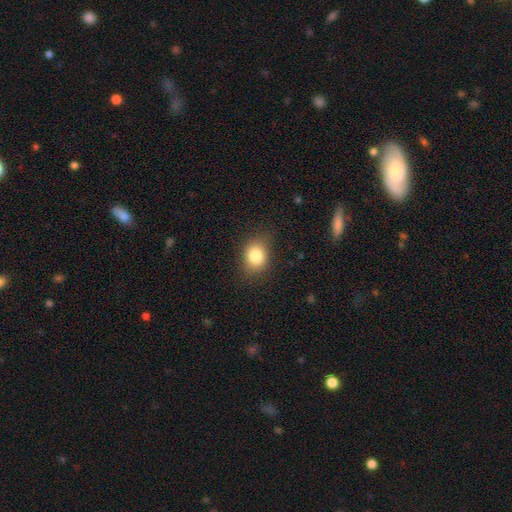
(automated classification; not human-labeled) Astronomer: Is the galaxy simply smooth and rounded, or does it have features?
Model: smooth — 83%.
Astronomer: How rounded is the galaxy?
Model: round — 51% (runner-up: in between, 48%).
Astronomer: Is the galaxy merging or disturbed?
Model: none — 79%.